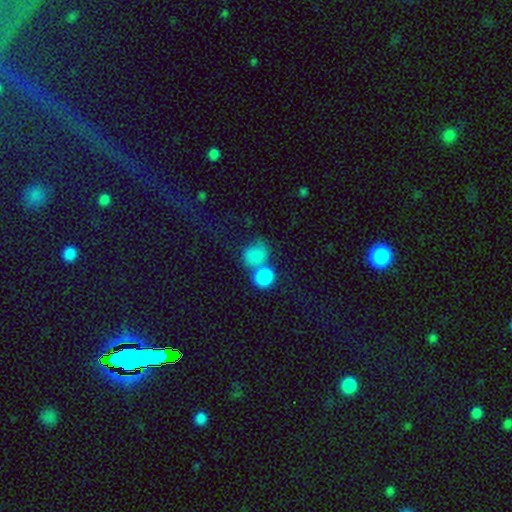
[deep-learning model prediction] This is clearly a smooth galaxy (80%). How rounded: likely round (66%). Merging: marginally merger (41%).